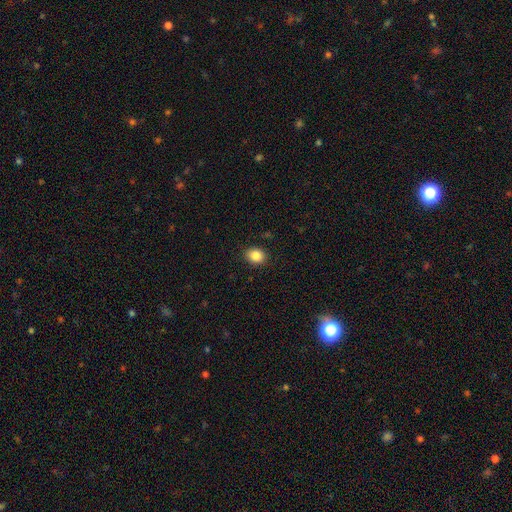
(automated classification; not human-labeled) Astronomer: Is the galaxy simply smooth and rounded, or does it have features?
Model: smooth — 86%.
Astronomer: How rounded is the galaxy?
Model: round — 57% (runner-up: in between, 42%).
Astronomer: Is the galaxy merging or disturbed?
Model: none — 89%.